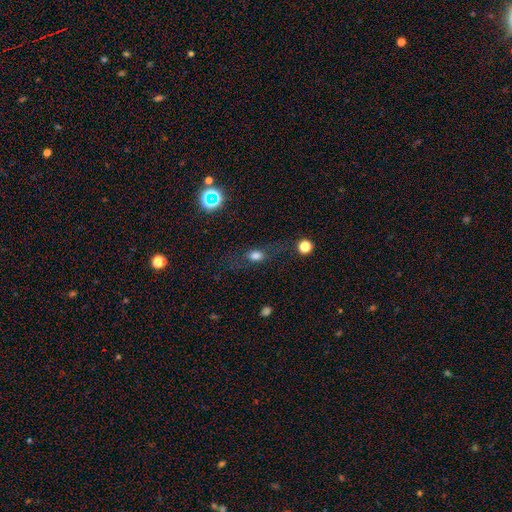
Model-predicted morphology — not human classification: smooth-or-featured: smooth: 71% | star or artifact: 15% | featured or disk: 14%
  how-rounded: in between: 67% | round: 23% | cigar-shaped: 10%
  merging: none: 65% | minor disturbance: 17% | major disturbance: 14% | merger: 3%